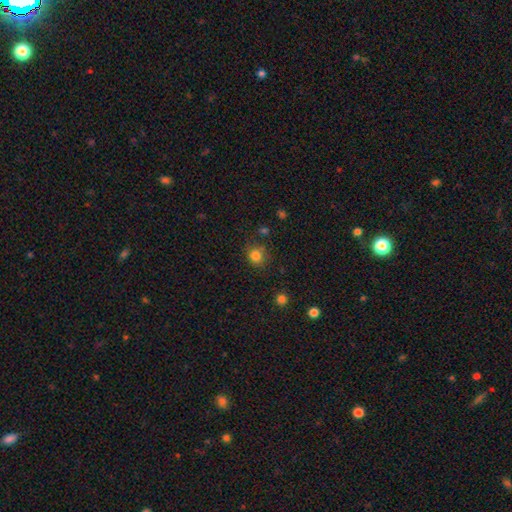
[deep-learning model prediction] Smooth or featured?
  - smooth: 81% *
  - star or artifact: 13%
  - featured or disk: 5%
How rounded?
  - round: 84% *
  - in between: 15%
  - cigar-shaped: 1%
Merging?
  - none: 78% *
  - minor disturbance: 14%
  - major disturbance: 4%
  - merger: 4%